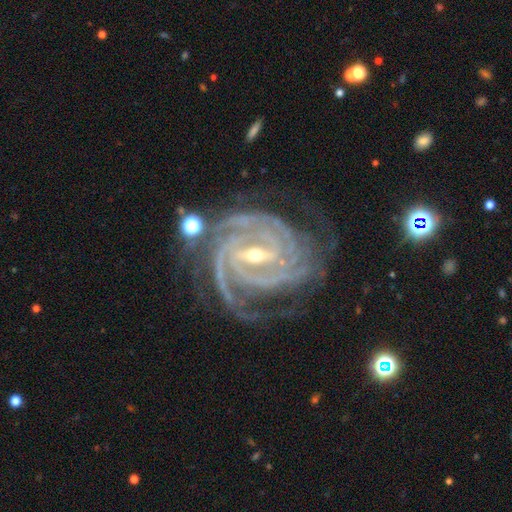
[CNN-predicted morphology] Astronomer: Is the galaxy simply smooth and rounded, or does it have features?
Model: featured or disk — 94%.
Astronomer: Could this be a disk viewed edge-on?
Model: no — 97%.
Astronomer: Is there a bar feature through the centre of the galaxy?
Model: strong — 55% (runner-up: weak, 35%).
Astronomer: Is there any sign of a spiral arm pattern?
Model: yes — 99%.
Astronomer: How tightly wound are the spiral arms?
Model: tight — 79%.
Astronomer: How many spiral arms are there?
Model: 4 — 38% (runner-up: 3, 26%).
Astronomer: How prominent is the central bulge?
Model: small — 56% (runner-up: moderate, 41%).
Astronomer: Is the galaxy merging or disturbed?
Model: none — 71%.